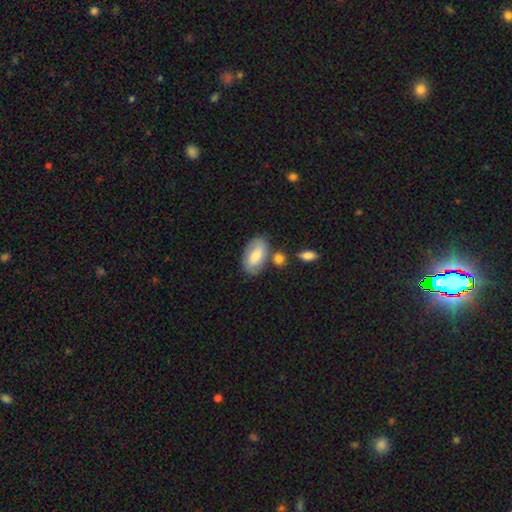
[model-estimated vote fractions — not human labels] Smooth or featured? smooth (54%)
How rounded? in between (91%)
Merging? none (68%)